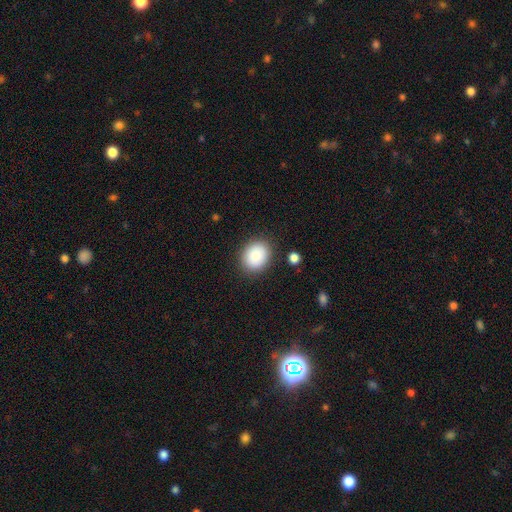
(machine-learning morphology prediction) type=smooth (83%); roundness=round (59%); merging=none (86%).